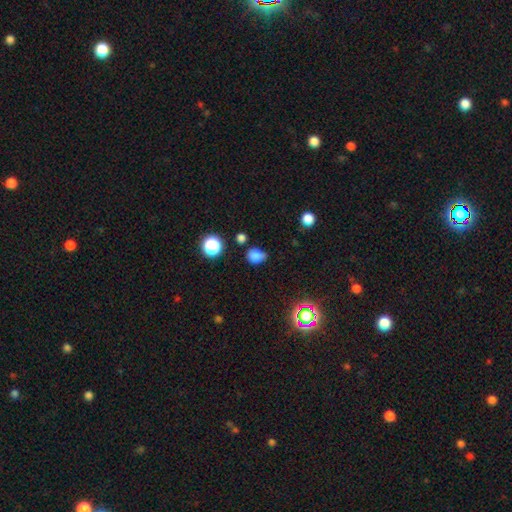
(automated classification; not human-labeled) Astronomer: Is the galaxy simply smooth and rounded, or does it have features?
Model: smooth — 79%.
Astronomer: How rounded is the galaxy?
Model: in between — 51% (runner-up: round, 48%).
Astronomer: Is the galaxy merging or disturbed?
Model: none — 59%.